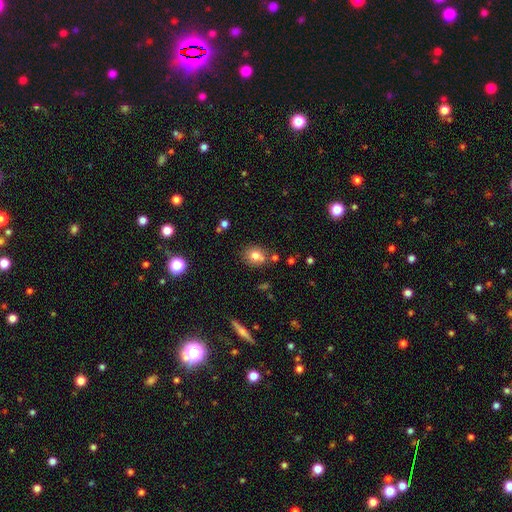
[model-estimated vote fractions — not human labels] Smooth or featured? Predicted: smooth (p=0.77). How rounded? Predicted: round (p=0.60). Merging? Predicted: none (p=0.69).